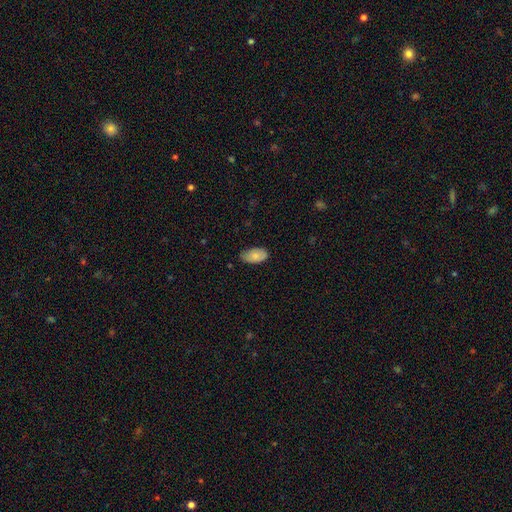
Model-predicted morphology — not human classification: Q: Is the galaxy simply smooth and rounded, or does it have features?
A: smooth — 82%.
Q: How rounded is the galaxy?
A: in between — 94%.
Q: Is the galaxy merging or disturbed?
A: none — 65%.